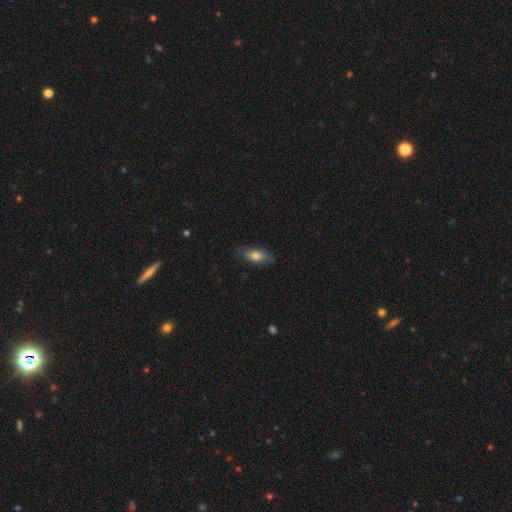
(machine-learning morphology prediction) smooth-or-featured: smooth: 71% | featured or disk: 22% | star or artifact: 7%
  how-rounded: in between: 83% | cigar-shaped: 13% | round: 5%
  merging: none: 72% | minor disturbance: 21% | major disturbance: 6% | merger: 1%